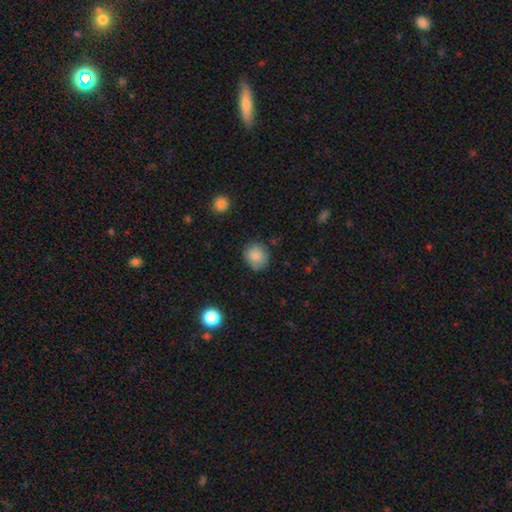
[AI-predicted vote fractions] Smooth or featured: smooth — 86% (star or artifact — 8%)
How rounded: round — 81% (in between — 18%)
Merging: none — 79% (minor disturbance — 16%)